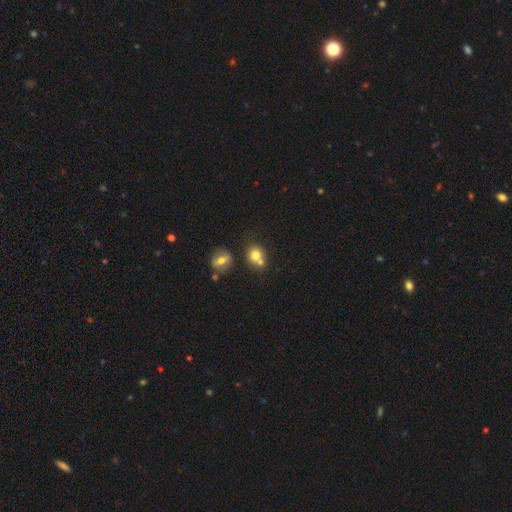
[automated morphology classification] Smooth or featured? Predicted: smooth (p=0.75). How rounded? Predicted: round (p=0.76). Merging? Predicted: none (p=0.47).